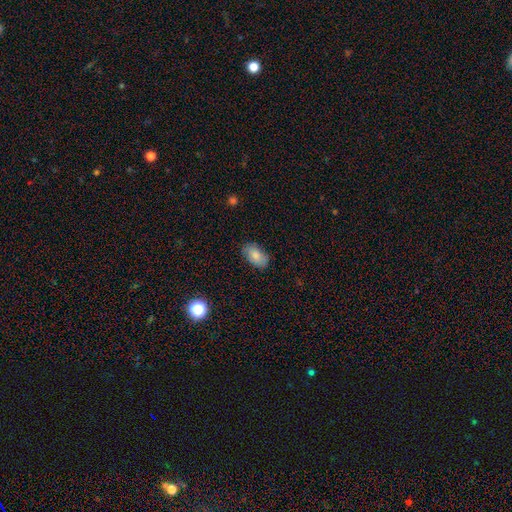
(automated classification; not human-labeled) Smooth or featured? smooth (80%)
How rounded? in between (92%)
Merging? none (81%)